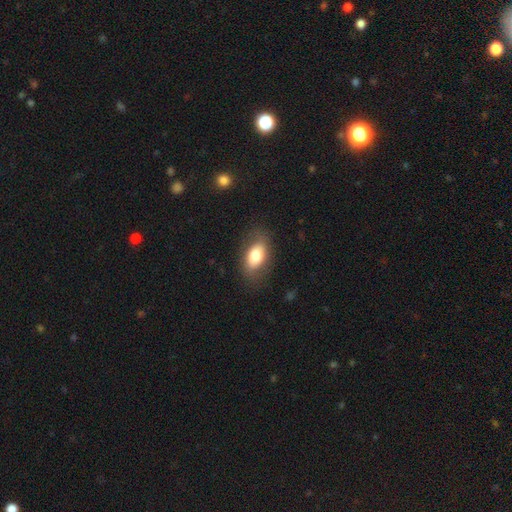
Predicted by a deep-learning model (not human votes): smooth_or_featured: smooth (p=0.73) [alt: featured or disk p=0.20]
how_rounded: in between (p=0.89) [alt: round p=0.07]
merging: none (p=0.77) [alt: minor disturbance p=0.16]